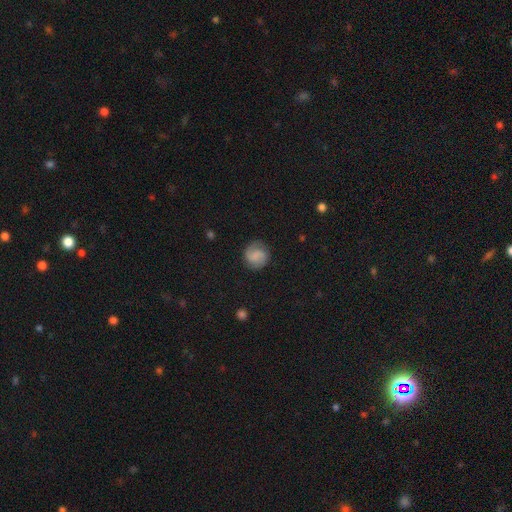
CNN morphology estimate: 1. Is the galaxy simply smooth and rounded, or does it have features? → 49% featured or disk, 43% smooth, 9% star or artifact.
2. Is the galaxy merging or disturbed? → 81% none, 13% minor disturbance, 5% major disturbance, 1% merger.